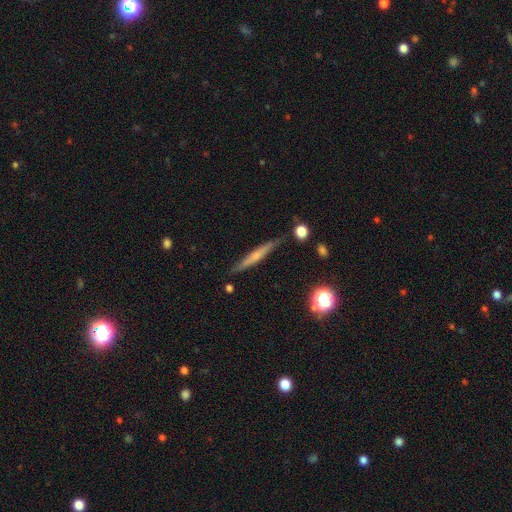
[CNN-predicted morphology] Smooth or featured?
  - featured or disk: 53% *
  - smooth: 39%
  - star or artifact: 8%
Edge-on disk?
  - yes: 95% *
  - no: 5%
Edge-on bulge?
  - rounded: 50% *
  - none: 43%
  - boxy: 7%
Merging?
  - none: 85% *
  - minor disturbance: 11%
  - merger: 2%
  - major disturbance: 2%